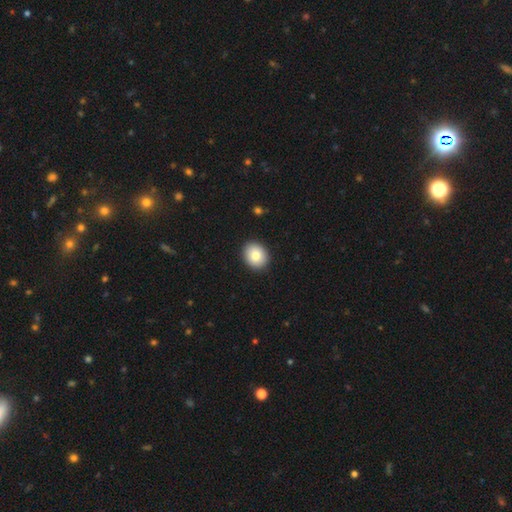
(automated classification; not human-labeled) Smooth or featured?
  - smooth: 82% *
  - featured or disk: 10%
  - star or artifact: 8%
How rounded?
  - round: 60% *
  - in between: 39%
  - cigar-shaped: 1%
Merging?
  - none: 91% *
  - minor disturbance: 6%
  - major disturbance: 2%
  - merger: 1%